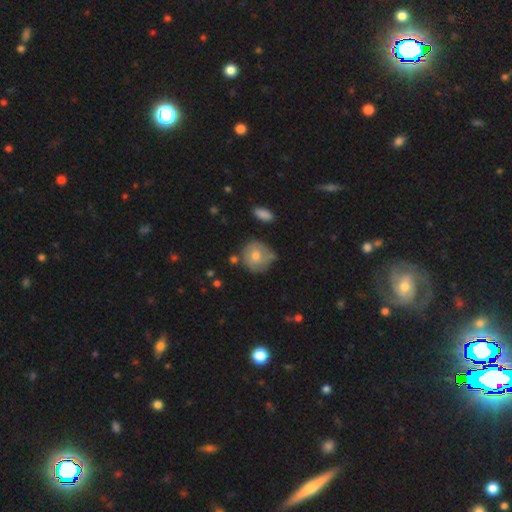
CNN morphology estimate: Smooth or featured?
  - smooth: 55% *
  - featured or disk: 37%
  - star or artifact: 7%
How rounded?
  - round: 82% *
  - in between: 17%
  - cigar-shaped: 1%
Merging?
  - none: 59% *
  - minor disturbance: 28%
  - major disturbance: 8%
  - merger: 5%